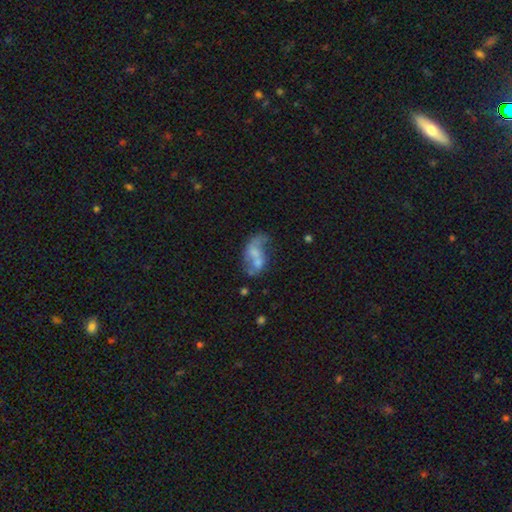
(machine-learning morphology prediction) The model was most divided on "merging": merger: 31%, none: 27%, major disturbance: 24%, minor disturbance: 18%. Remaining: edge-on disk — no (96%); bar — no (70%); spiral arms — no (57%); smooth or featured — featured or disk (55%); bulge size — none (38%).